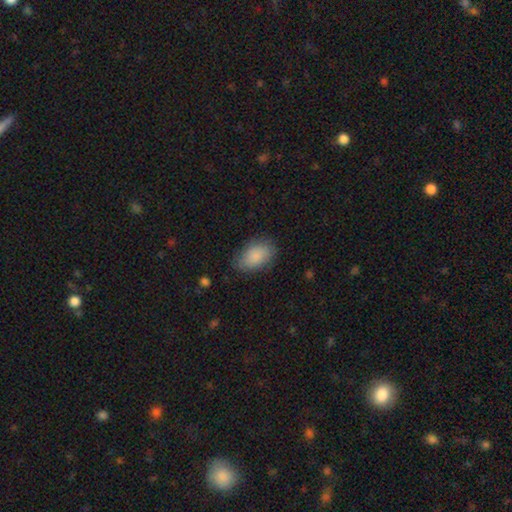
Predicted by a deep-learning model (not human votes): Smooth or featured? smooth (87%)
How rounded? in between (90%)
Merging? none (78%)